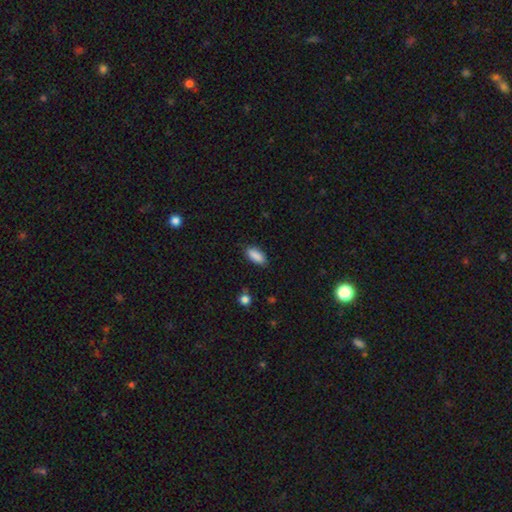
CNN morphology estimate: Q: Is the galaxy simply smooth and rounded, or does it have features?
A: smooth — 89%.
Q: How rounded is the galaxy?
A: in between — 83%.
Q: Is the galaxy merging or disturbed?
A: none — 83%.